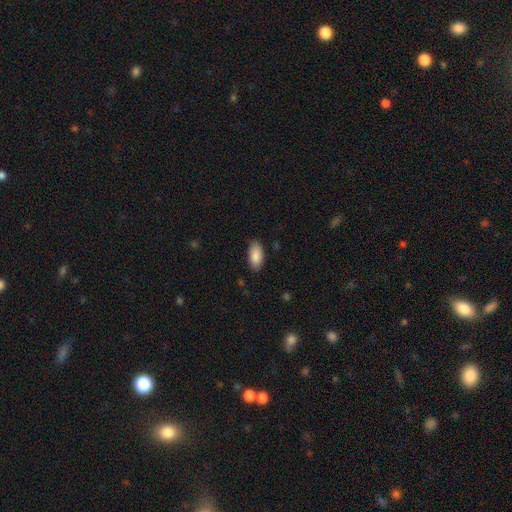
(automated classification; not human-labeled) smooth 89%, star or artifact 6%, featured or disk 4%. Down the decision tree: how rounded — in between (92%); merging — none (85%).